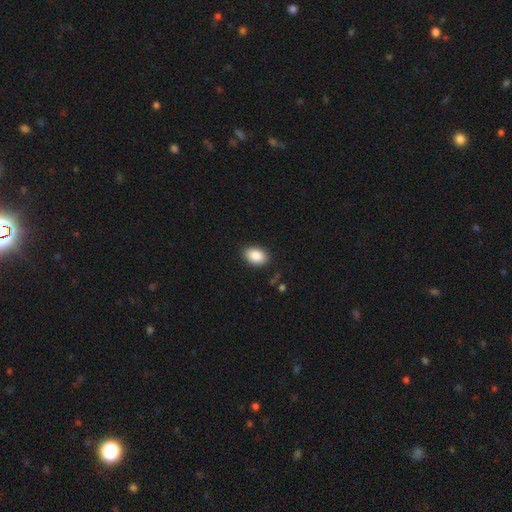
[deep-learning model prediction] Morphology: type=smooth (89%); roundness=in between (84%); merging=none (88%).